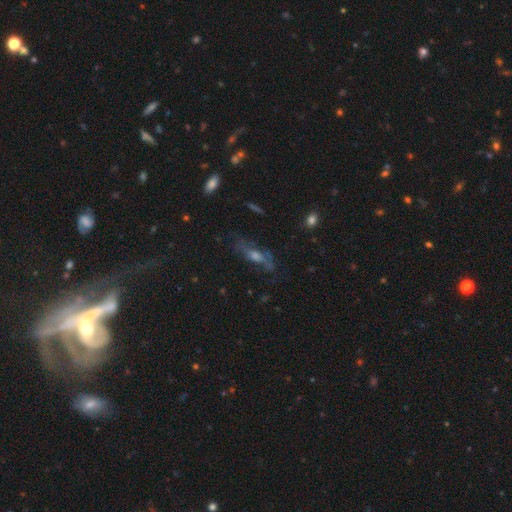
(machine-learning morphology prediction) type=featured or disk (54%); edge-on=no (56%); merging=none (62%).